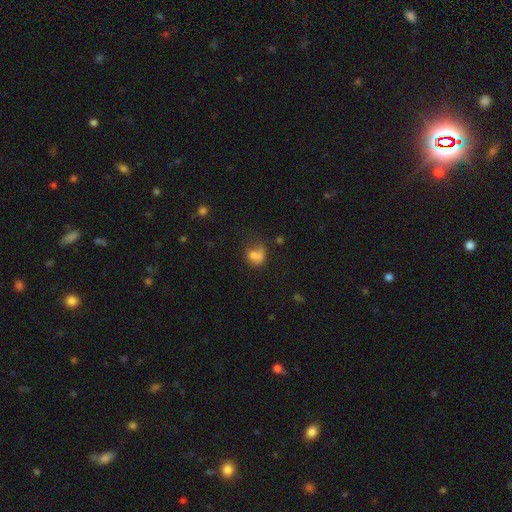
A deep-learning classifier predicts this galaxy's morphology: A smooth galaxy with no disk features (68%) that is in between round and cigar-shaped (52%).

Vote fractions:
- Smooth or featured? smooth: 68% / featured or disk: 19% / star or artifact: 14%
- How rounded? in between: 52% / round: 47% / cigar-shaped: 2%
- Merging? none: 27% / major disturbance: 26% / merger: 24% / minor disturbance: 22%